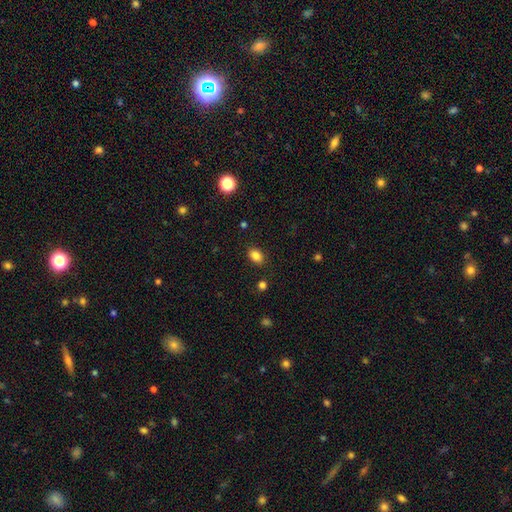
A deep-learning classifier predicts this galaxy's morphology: type=smooth (84%); roundness=in between (78%); merging=none (86%).